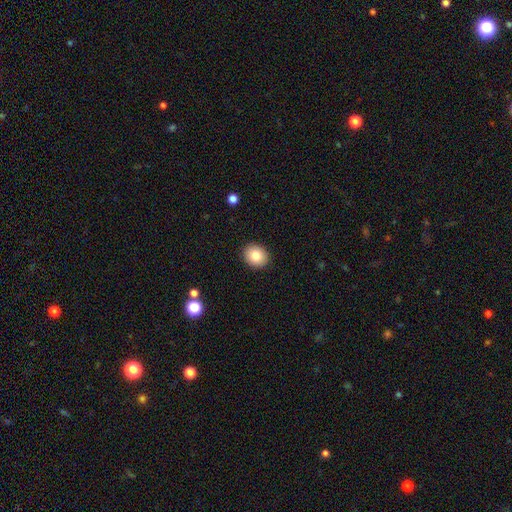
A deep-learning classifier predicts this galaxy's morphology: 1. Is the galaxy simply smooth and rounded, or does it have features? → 82% smooth, 9% star or artifact, 9% featured or disk.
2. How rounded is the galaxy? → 67% round, 32% in between, 1% cigar-shaped.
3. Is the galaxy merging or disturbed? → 91% none, 6% minor disturbance, 2% major disturbance, 1% merger.